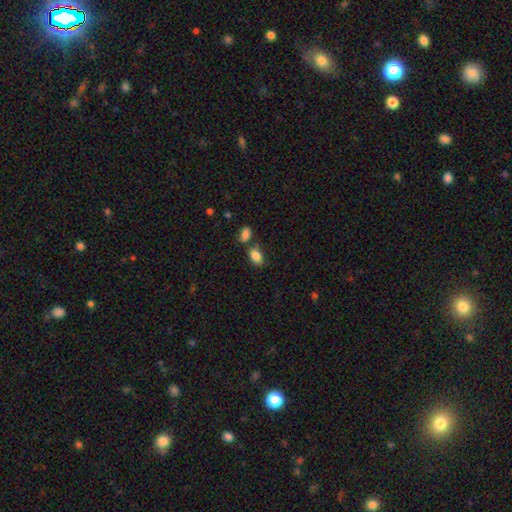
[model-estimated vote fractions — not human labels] The model was most divided on "merging": none: 59%, merger: 24%, minor disturbance: 14%, major disturbance: 4%. More confident: how rounded — in between (87%); smooth or featured — smooth (86%).